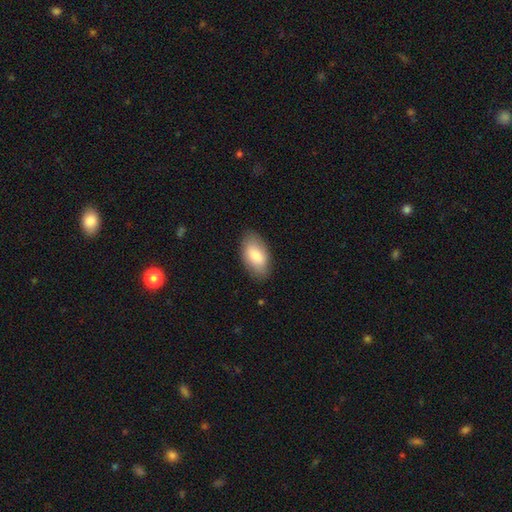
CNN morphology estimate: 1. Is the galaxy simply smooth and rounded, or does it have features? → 82% smooth, 12% featured or disk, 6% star or artifact.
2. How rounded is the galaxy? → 94% in between, 4% round, 2% cigar-shaped.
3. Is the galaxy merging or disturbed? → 83% none, 13% minor disturbance, 3% major disturbance, 1% merger.